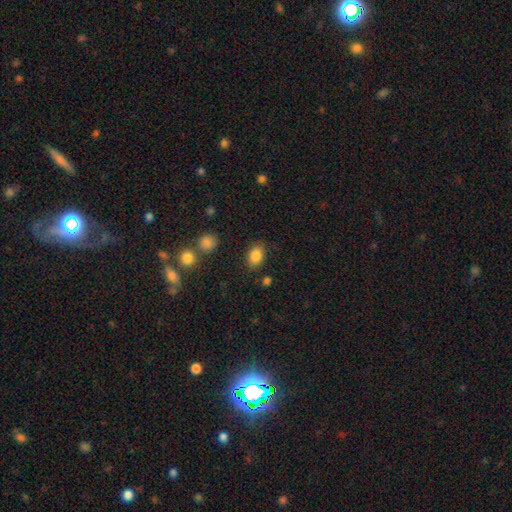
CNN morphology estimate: Smooth or featured? smooth (86%)
How rounded? in between (77%)
Merging? none (83%)